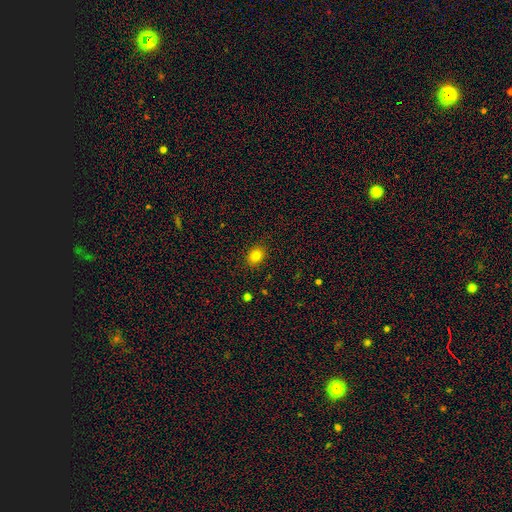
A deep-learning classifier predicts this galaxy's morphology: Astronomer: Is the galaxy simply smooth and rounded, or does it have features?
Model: smooth — 81%.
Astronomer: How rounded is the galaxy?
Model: in between — 51% (runner-up: round, 48%).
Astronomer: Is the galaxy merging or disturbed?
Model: none — 89%.